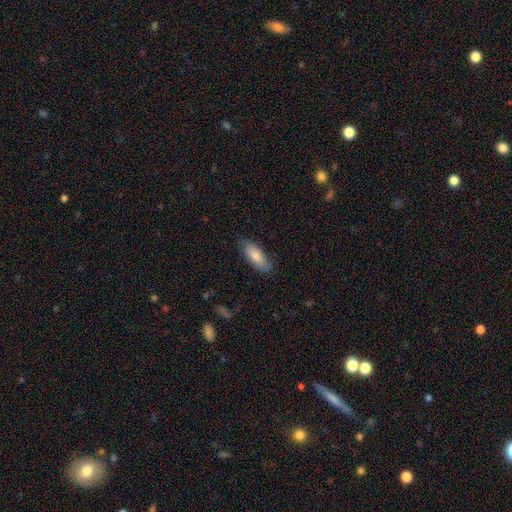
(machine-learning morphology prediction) type=smooth (82%); roundness=in between (74%); merging=none (79%).